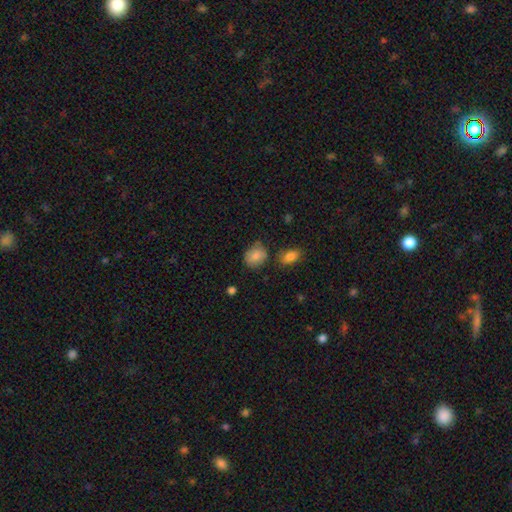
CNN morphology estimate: smooth_or_featured: smooth (p=0.84) [alt: star or artifact p=0.08]
how_rounded: round (p=0.52) [alt: in between p=0.47]
merging: none (p=0.67) [alt: minor disturbance p=0.22]